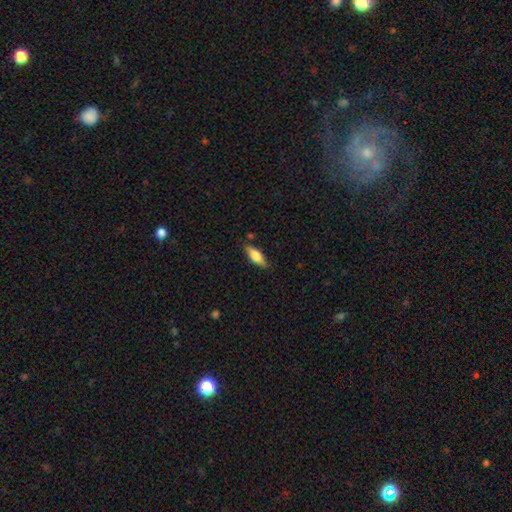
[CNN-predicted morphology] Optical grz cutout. It shows a smooth galaxy with no disk features (68%) that is in between round and cigar-shaped (67%). Merging: none (80%).